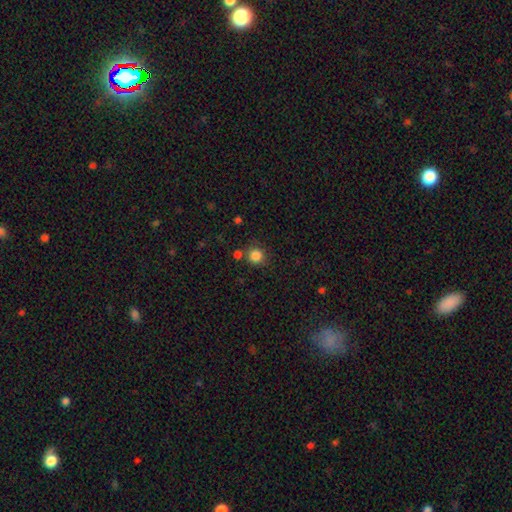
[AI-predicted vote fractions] smooth-or-featured: smooth: 84% | star or artifact: 11% | featured or disk: 4%
  how-rounded: round: 92% | in between: 7% | cigar-shaped: 1%
  merging: none: 75% | minor disturbance: 11% | merger: 10% | major disturbance: 4%